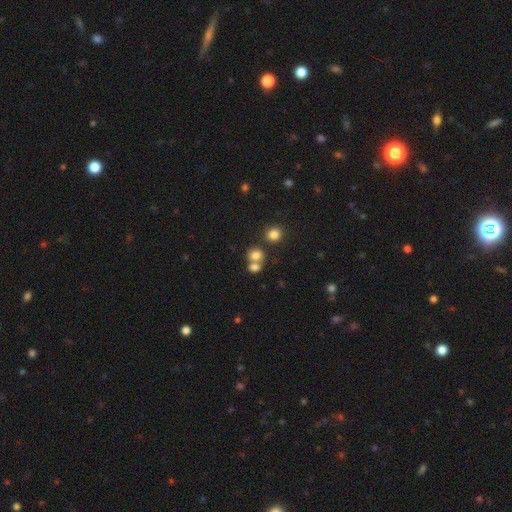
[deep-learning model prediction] Q: Smooth or featured?
A: smooth (76%); runner-up: star or artifact (13%)
Q: How rounded?
A: round (66%); runner-up: in between (33%)
Q: Merging?
A: merger (49%); runner-up: none (40%)